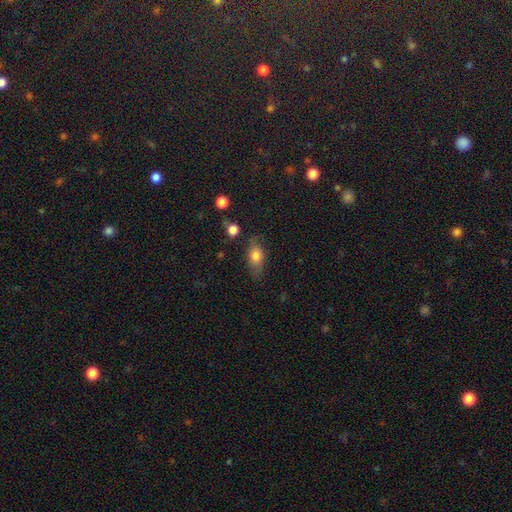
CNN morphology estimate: A smooth galaxy with no disk features (73%) that is in between round and cigar-shaped (78%). Merging: none (66%).